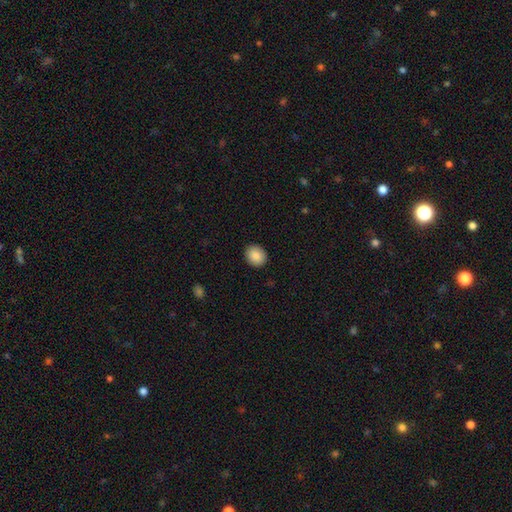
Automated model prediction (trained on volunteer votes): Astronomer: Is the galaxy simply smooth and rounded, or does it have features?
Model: smooth — 88%.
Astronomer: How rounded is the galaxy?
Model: round — 67%.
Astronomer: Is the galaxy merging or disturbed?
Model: none — 91%.